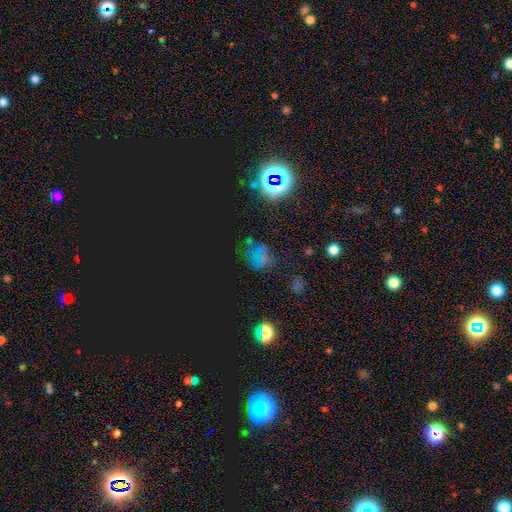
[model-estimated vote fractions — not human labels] smooth-or-featured: star or artifact: 57% | smooth: 29% | featured or disk: 14%